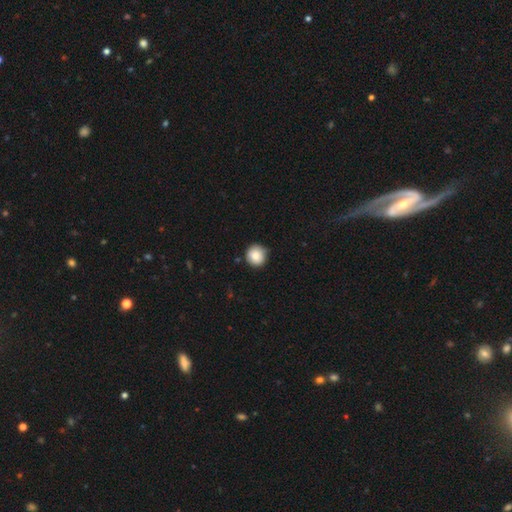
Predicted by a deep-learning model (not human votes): Smooth or featured? Predicted: smooth (p=0.85). How rounded? Predicted: round (p=0.94). Merging? Predicted: none (p=0.80).